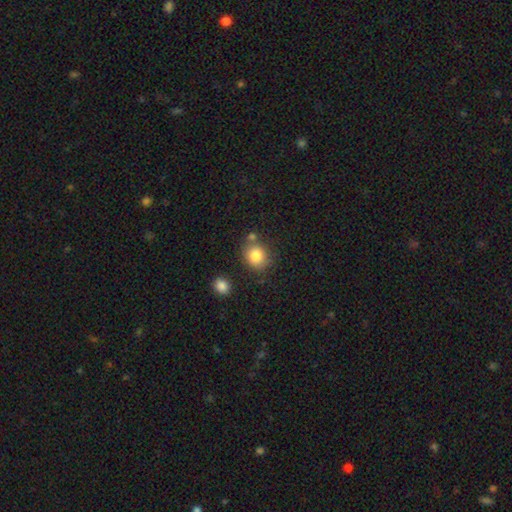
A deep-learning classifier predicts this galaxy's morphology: Smooth or featured: smooth — 84% (star or artifact — 9%)
How rounded: round — 70% (in between — 29%)
Merging: none — 70% (minor disturbance — 13%)